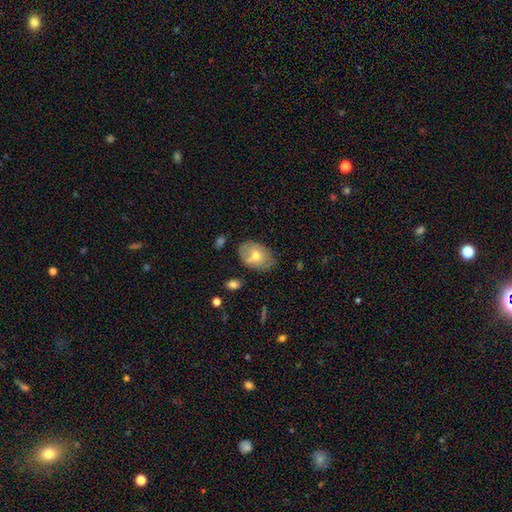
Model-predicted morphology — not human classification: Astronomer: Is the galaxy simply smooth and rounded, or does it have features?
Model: smooth — 63%.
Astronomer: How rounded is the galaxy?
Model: in between — 83%.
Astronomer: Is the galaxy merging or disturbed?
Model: none — 66%.